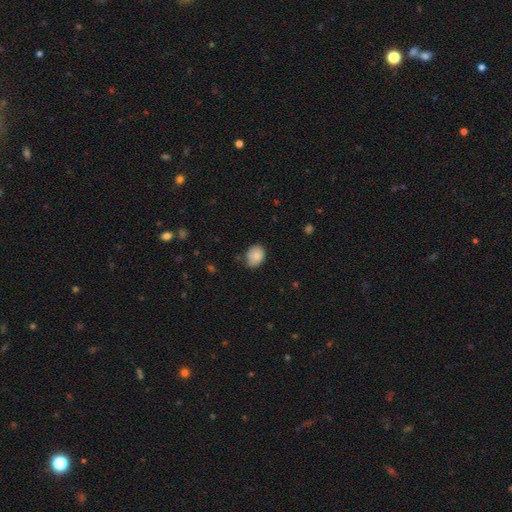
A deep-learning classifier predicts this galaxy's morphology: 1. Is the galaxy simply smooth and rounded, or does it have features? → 85% smooth, 8% star or artifact, 7% featured or disk.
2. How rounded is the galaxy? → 53% in between, 46% round, 1% cigar-shaped.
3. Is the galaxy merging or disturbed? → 68% none, 26% minor disturbance, 4% major disturbance, 2% merger.